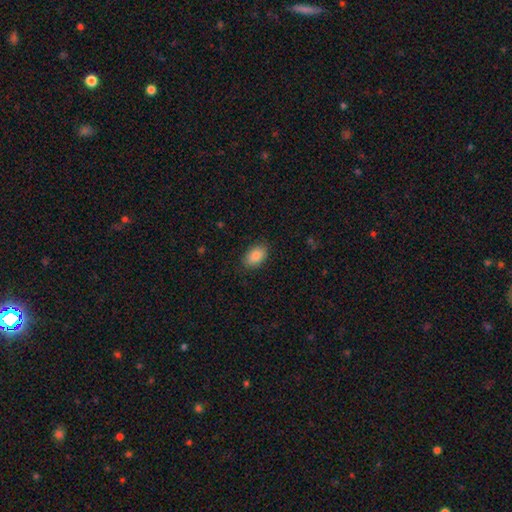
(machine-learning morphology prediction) A smooth galaxy with no disk features (88%) that is in between round and cigar-shaped (90%). Merging: none (86%).